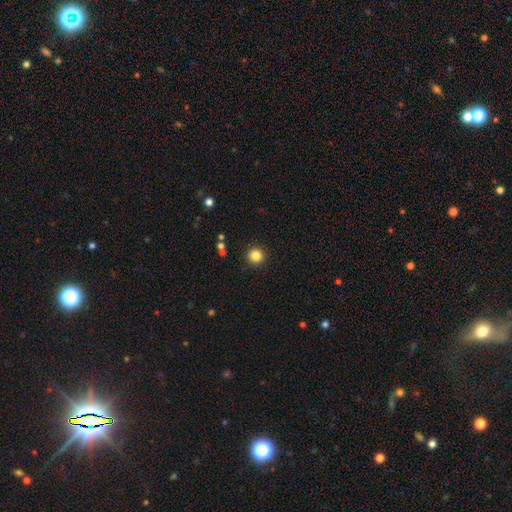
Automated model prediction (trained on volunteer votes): Morphology: type=smooth (83%); roundness=round (96%); merging=none (92%).